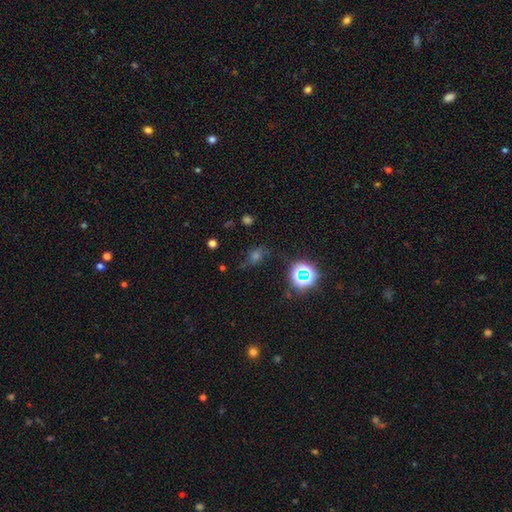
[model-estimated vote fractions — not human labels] Morphology: type=star or artifact (41%).